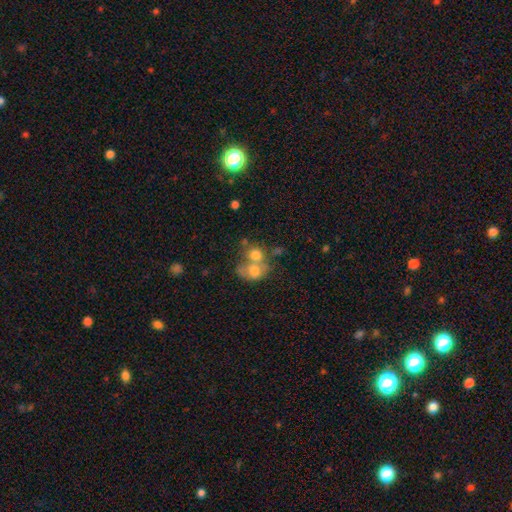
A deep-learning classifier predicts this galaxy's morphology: Smooth or featured? smooth (67%)
How rounded? round (64%)
Merging? merger (63%)